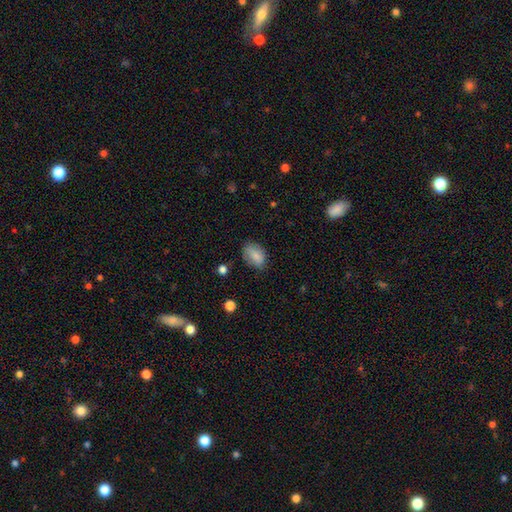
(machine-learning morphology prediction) Smooth or featured: smooth — 83% (featured or disk — 9%)
How rounded: in between — 84% (round — 15%)
Merging: none — 67% (minor disturbance — 25%)